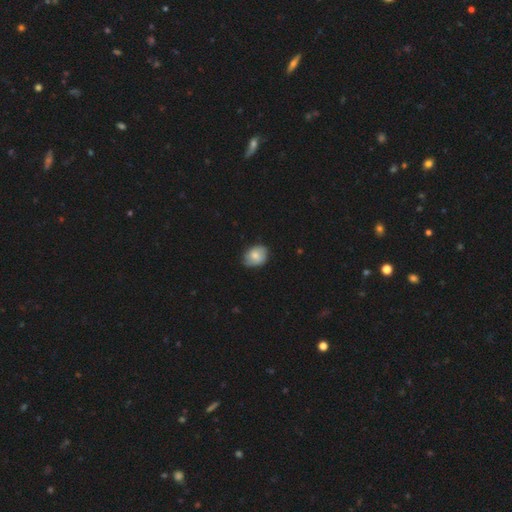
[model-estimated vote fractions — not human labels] Overall: smooth (69%). How rounded: in between (63%; round 36%). Merging: none (73%).